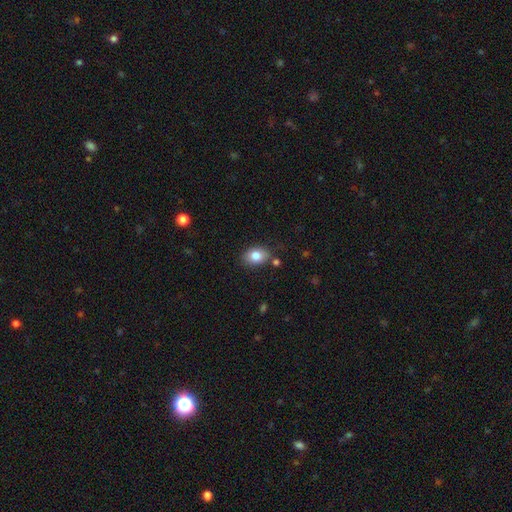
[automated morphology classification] This is clearly a smooth galaxy (82%). How rounded: likely in between (73%). Merging: likely none (79%).